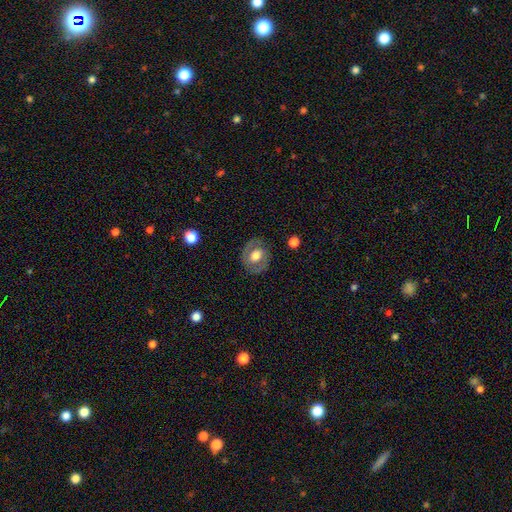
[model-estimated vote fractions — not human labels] This is possibly a featured or disk galaxy (51%). It is clearly not viewed edge-on (95%). Merging: clearly none (80%).